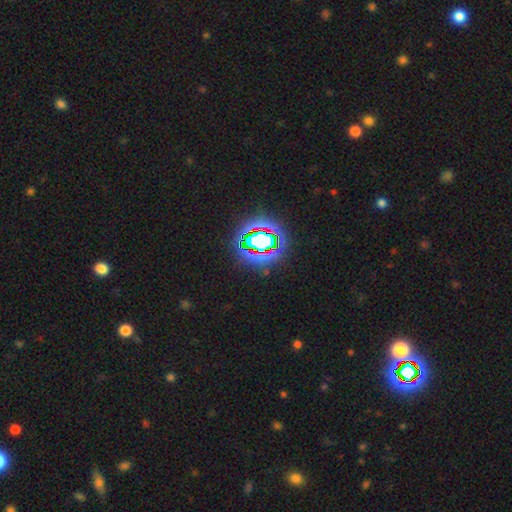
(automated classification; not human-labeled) This appears to be a star or artifact, not a galaxy (82%).